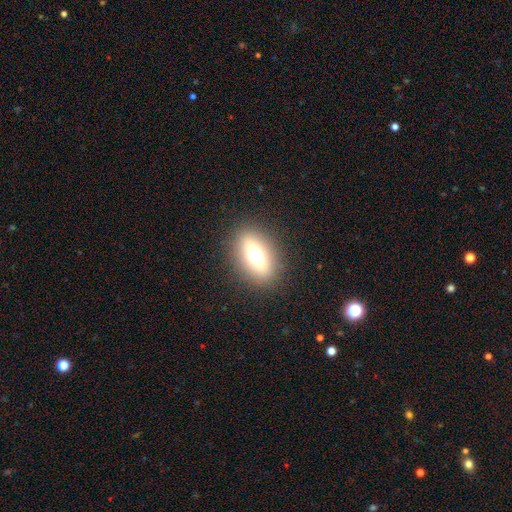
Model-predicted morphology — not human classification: Smooth or featured? Predicted: smooth (p=0.60). How rounded? Predicted: in between (p=0.69). Merging? Predicted: none (p=0.86).